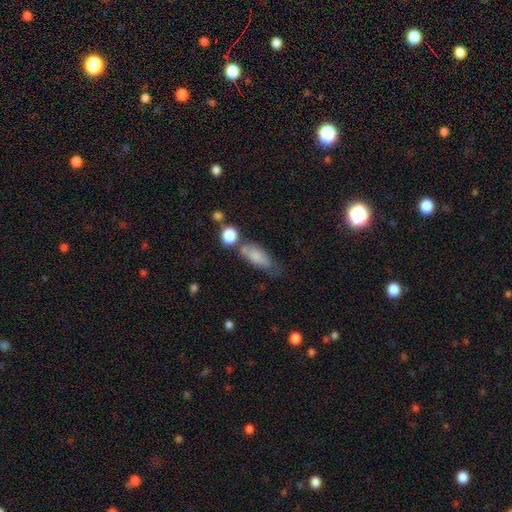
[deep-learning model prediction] Smooth or featured? smooth (79%)
How rounded? in between (74%)
Merging? none (45%)